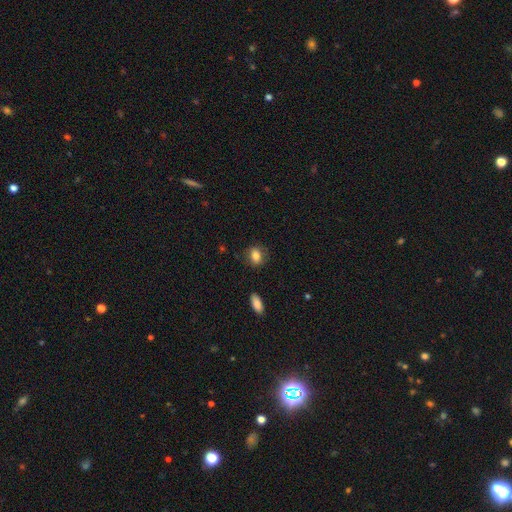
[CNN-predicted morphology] smooth_or_featured: smooth (p=0.82) [alt: featured or disk p=0.10]
how_rounded: in between (p=0.62) [alt: round p=0.36]
merging: none (p=0.78) [alt: minor disturbance p=0.16]